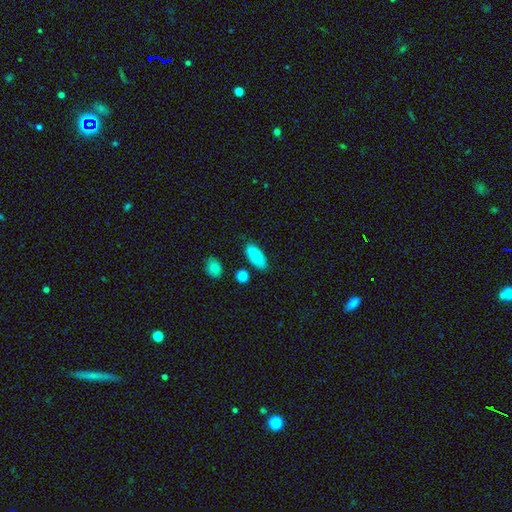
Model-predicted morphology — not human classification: A smooth galaxy with no disk features (86%) that is in between round and cigar-shaped (89%). Merging: none (79%).